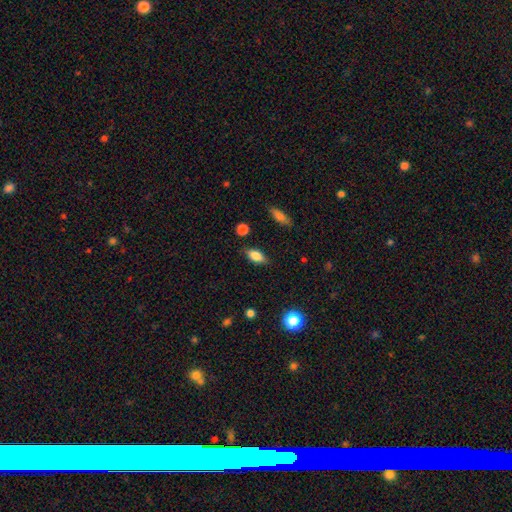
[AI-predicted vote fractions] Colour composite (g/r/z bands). It shows a smooth galaxy with no disk features (80%) that is in between round and cigar-shaped (85%). Merging: none (82%).